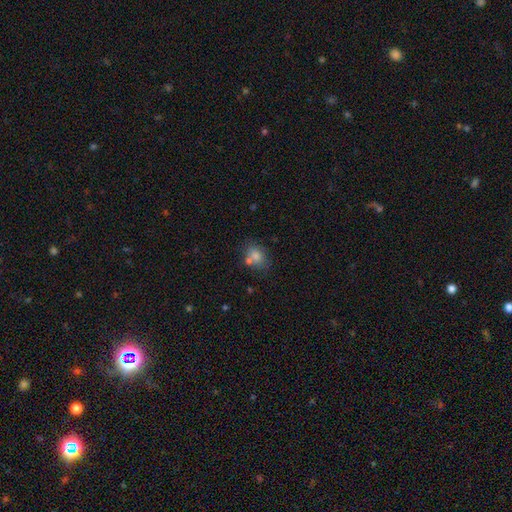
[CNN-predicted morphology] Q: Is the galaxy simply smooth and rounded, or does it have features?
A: smooth — 74%.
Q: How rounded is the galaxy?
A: in between — 62%.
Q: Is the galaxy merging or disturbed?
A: none — 60%.